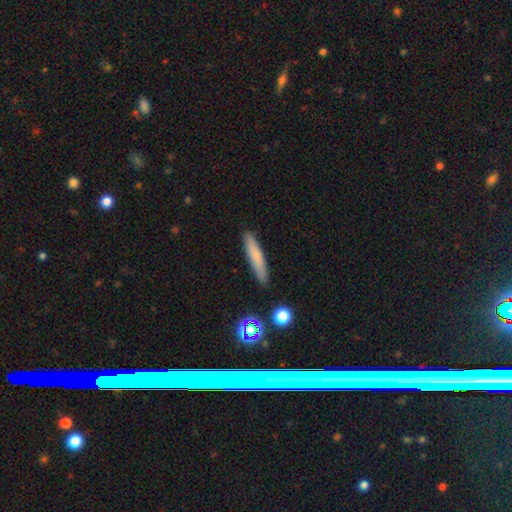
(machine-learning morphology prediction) smooth-or-featured: smooth: 72% | featured or disk: 20% | star or artifact: 9%
  how-rounded: cigar-shaped: 89% | in between: 9% | round: 2%
  merging: none: 87% | minor disturbance: 9% | major disturbance: 2% | merger: 2%